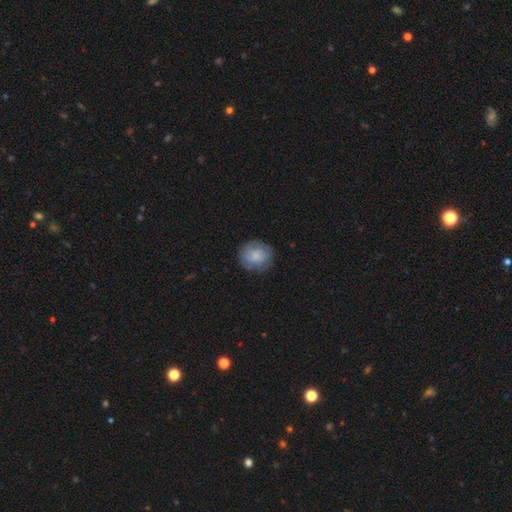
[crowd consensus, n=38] This appears to be a smooth galaxy with no disk features (66%) that is round (76%). Merging: none (74%).